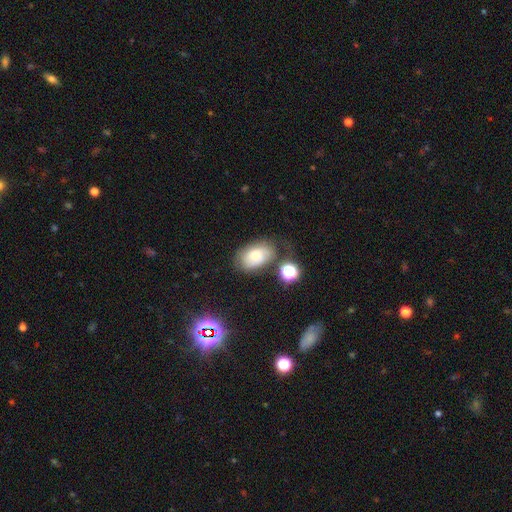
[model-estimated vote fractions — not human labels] Smooth or featured?
  - smooth: 57% *
  - featured or disk: 31%
  - star or artifact: 11%
How rounded?
  - in between: 86% *
  - round: 12%
  - cigar-shaped: 1%
Merging?
  - none: 57% *
  - minor disturbance: 24%
  - major disturbance: 11%
  - merger: 8%